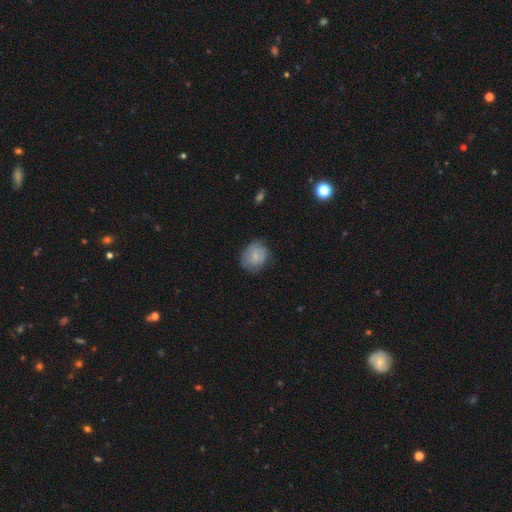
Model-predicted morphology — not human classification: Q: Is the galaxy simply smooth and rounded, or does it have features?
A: smooth — 64%.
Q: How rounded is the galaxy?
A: round — 64%.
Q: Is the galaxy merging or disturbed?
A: none — 68%.